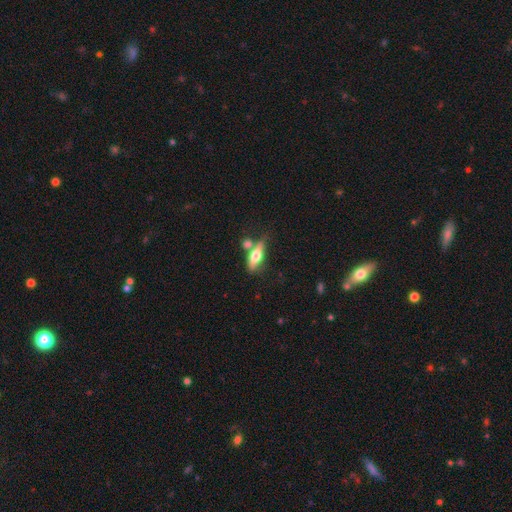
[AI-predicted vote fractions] smooth 50%, featured or disk 43%, star or artifact 7%. Down the decision tree: how rounded — in between (53%); merging — none (52%).